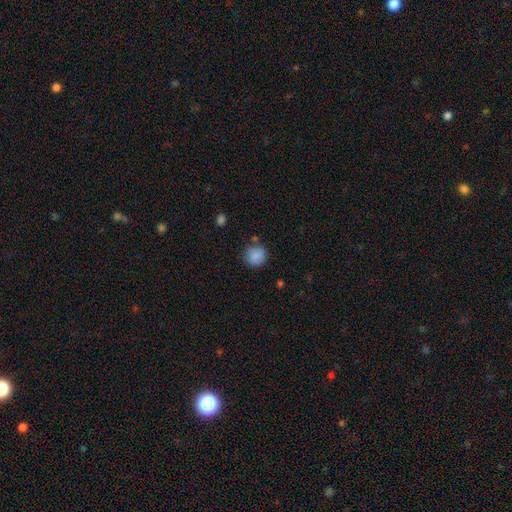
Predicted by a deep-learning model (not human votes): smooth-or-featured: smooth: 87% | star or artifact: 8% | featured or disk: 5%
  how-rounded: round: 90% | in between: 9% | cigar-shaped: 1%
  merging: none: 79% | minor disturbance: 13% | merger: 5% | major disturbance: 3%